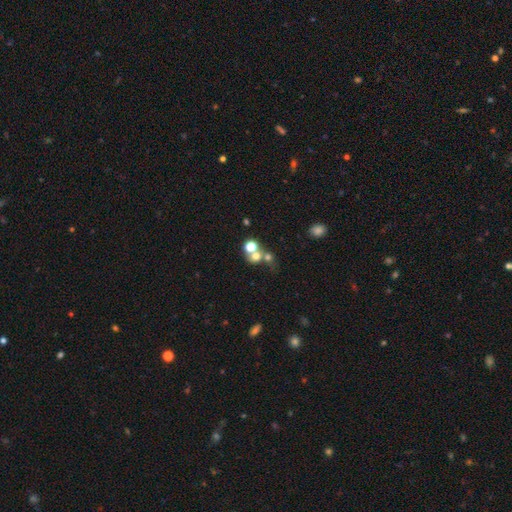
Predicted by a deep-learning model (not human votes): Smooth or featured? Predicted: smooth (p=0.62). How rounded? Predicted: round (p=0.77). Merging? Predicted: merger (p=0.50).